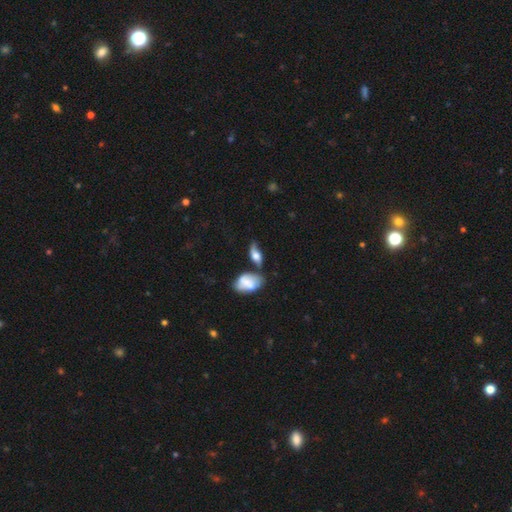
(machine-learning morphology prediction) Smooth or featured? smooth (50%)
Merging? none (45%)